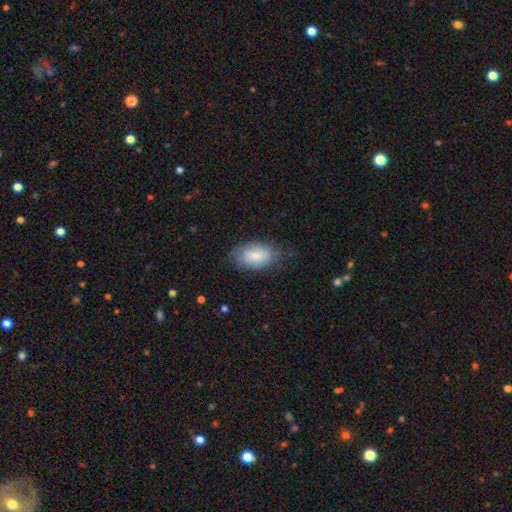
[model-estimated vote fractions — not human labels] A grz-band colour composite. It shows a smooth galaxy with no disk features (78%) that is in between round and cigar-shaped (91%). Merging: none (70%).